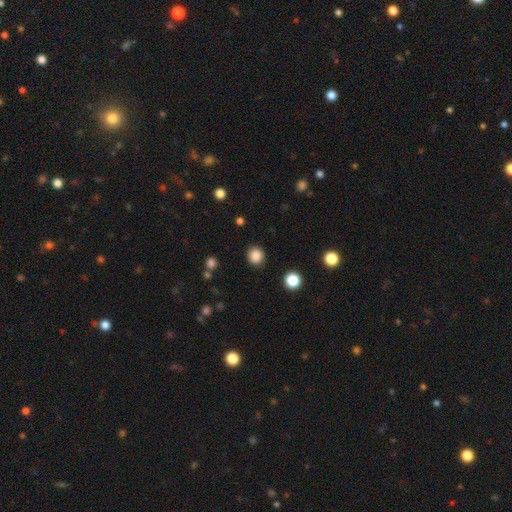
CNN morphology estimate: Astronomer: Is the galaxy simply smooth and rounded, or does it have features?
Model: smooth — 86%.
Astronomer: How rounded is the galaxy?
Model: round — 88%.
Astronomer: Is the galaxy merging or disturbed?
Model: none — 89%.